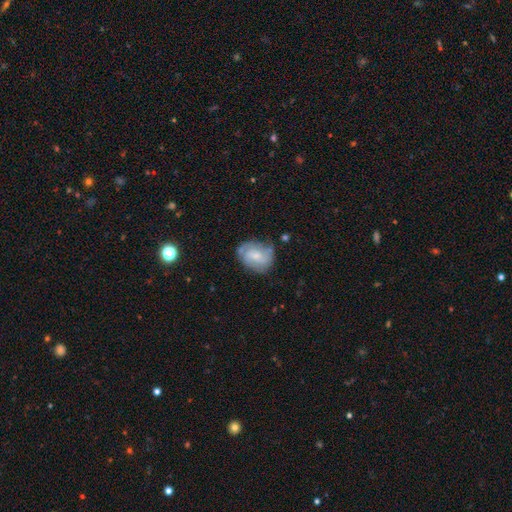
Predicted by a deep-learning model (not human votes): smooth-or-featured: featured or disk: 62% | smooth: 31% | star or artifact: 7%
  disk-edge-on: no: 97% | yes: 3%
    bar: no: 55% | weak: 38% | strong: 7%
    has-spiral-arms: yes: 85% | no: 15%
      spiral-winding: medium: 42% | tight: 41% | loose: 17%
      spiral-arm-count: 2: 46% | can't tell: 27% | 3: 16% | 1: 4% | 4: 4% | more than 4: 3%
    bulge-size: small: 53% | moderate: 35% | none: 8% | large: 3% | dominant: 1%
  merging: none: 62% | minor disturbance: 25% | major disturbance: 9% | merger: 3%